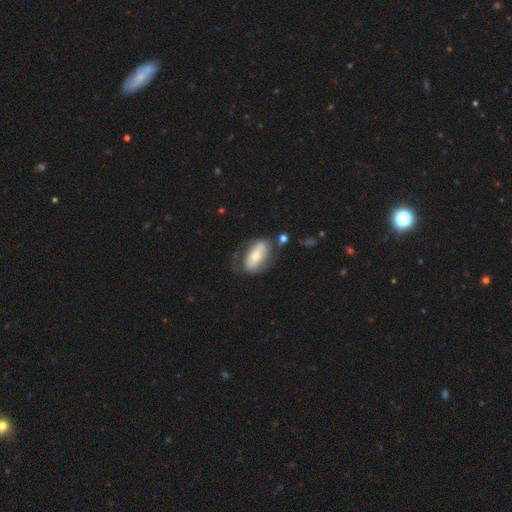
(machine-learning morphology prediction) This appears to be a featured or disk galaxy (50%). Merging: none (54%).